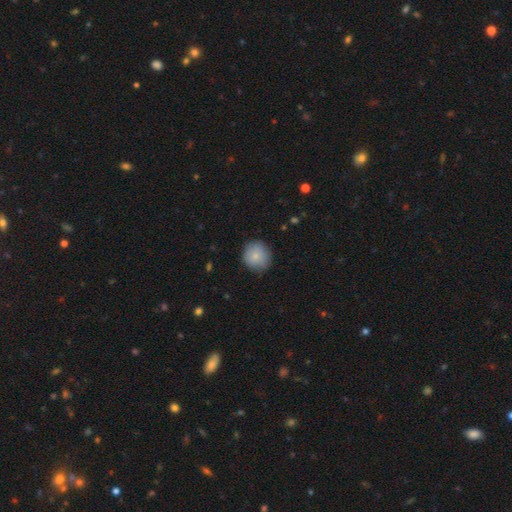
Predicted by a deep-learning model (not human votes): Smooth or featured?
  - smooth: 84% *
  - featured or disk: 9%
  - star or artifact: 8%
How rounded?
  - round: 90% *
  - in between: 9%
  - cigar-shaped: 1%
Merging?
  - none: 83% *
  - minor disturbance: 13%
  - major disturbance: 3%
  - merger: 1%